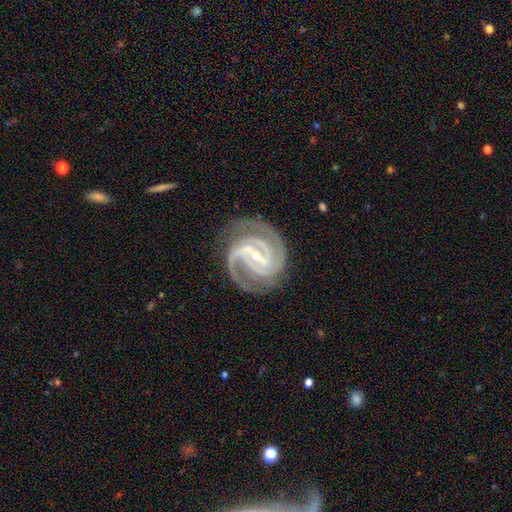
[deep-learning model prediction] This is clearly a featured or disk galaxy (94%). It is clearly not viewed edge-on (98%). Bar: possibly strong (54%). Spiral arm pattern: clearly yes (99%). Spiral arm count: possibly 2 (58%). Spiral winding: possibly tight (56%). Central bulge: likely small (72%). Merging: likely none (79%).